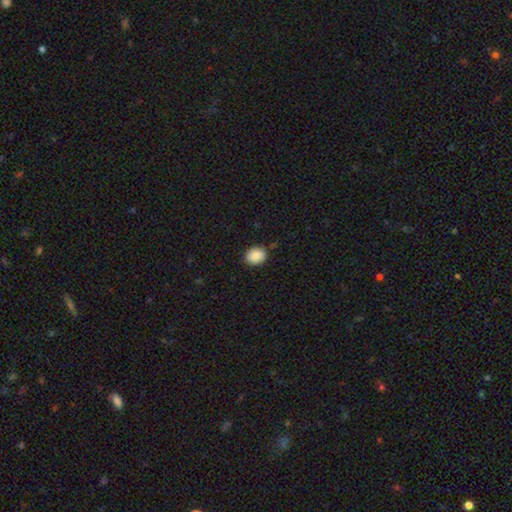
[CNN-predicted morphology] The model was most divided on "how rounded": round: 56%, in between: 43%, cigar-shaped: 1%. More confident: smooth or featured — smooth (88%); merging — none (86%).